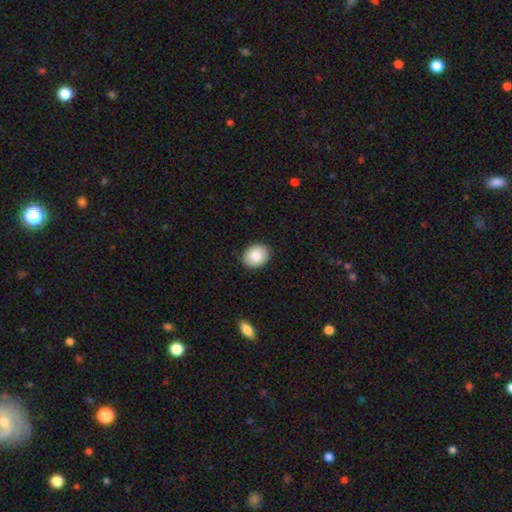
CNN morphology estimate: Overall: smooth (85%). How rounded: in between (53%; round 46%). Merging: none (90%).